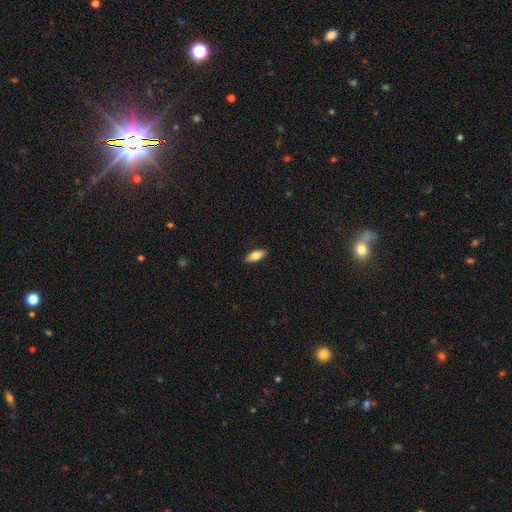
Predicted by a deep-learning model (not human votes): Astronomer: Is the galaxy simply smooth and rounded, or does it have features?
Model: smooth — 77%.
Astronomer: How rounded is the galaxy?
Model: in between — 79%.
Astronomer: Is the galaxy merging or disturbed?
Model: none — 90%.